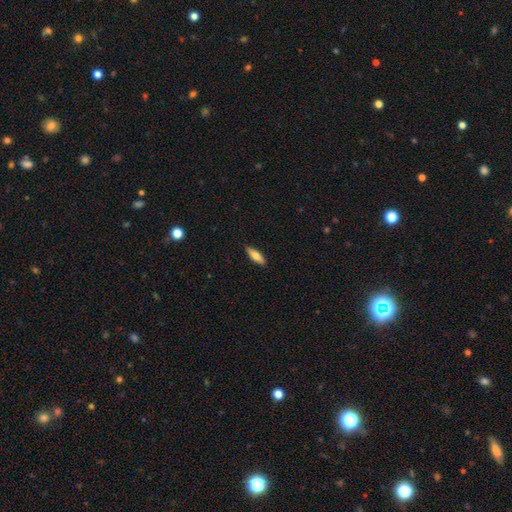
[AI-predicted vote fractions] The model was most divided on "how rounded": cigar-shaped: 54%, in between: 44%, round: 2%. More confident: merging — none (89%); smooth or featured — smooth (68%).